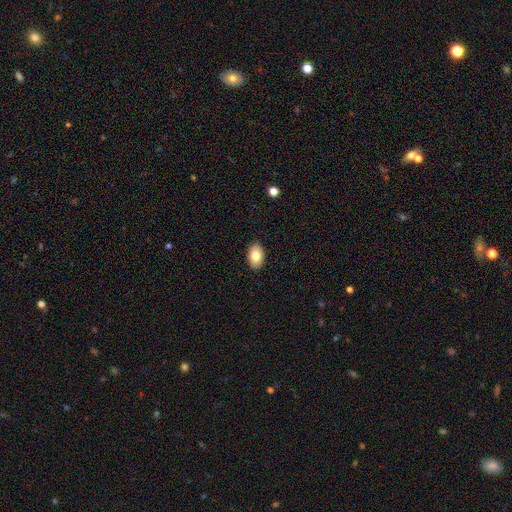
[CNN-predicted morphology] A smooth galaxy with no disk features (80%) that is in between round and cigar-shaped (91%).

Vote fractions:
- Smooth or featured? smooth: 80% / featured or disk: 13% / star or artifact: 7%
- How rounded? in between: 91% / round: 8% / cigar-shaped: 1%
- Merging? none: 90% / minor disturbance: 7% / major disturbance: 2% / merger: 1%